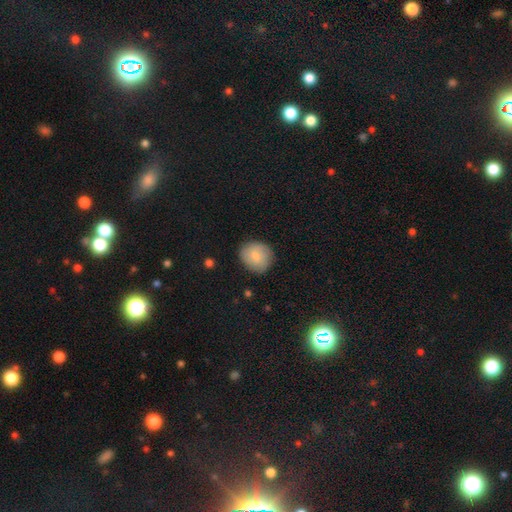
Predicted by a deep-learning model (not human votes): Morphology: type=smooth (75%); roundness=round (75%); merging=none (81%).